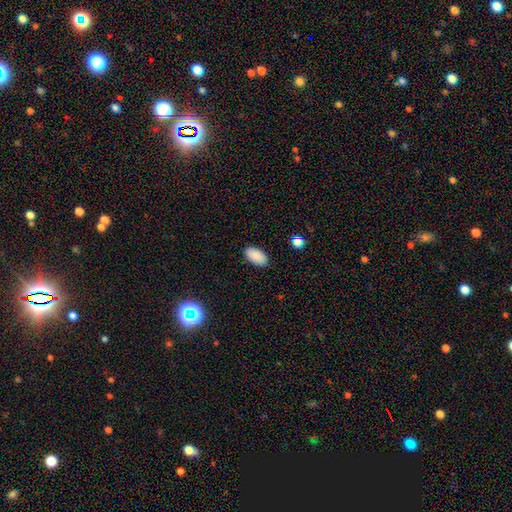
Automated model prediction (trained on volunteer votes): Smooth or featured: smooth — 89% (star or artifact — 8%)
How rounded: in between — 95% (round — 3%)
Merging: none — 88% (minor disturbance — 9%)